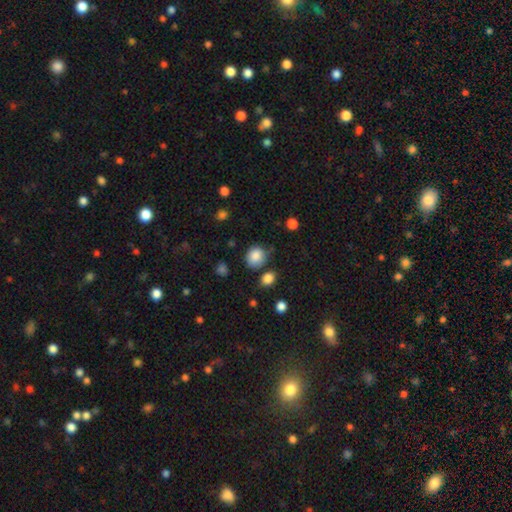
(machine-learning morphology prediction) Q: Smooth or featured?
A: smooth (85%); runner-up: star or artifact (9%)
Q: How rounded?
A: round (78%); runner-up: in between (21%)
Q: Merging?
A: none (72%); runner-up: minor disturbance (18%)